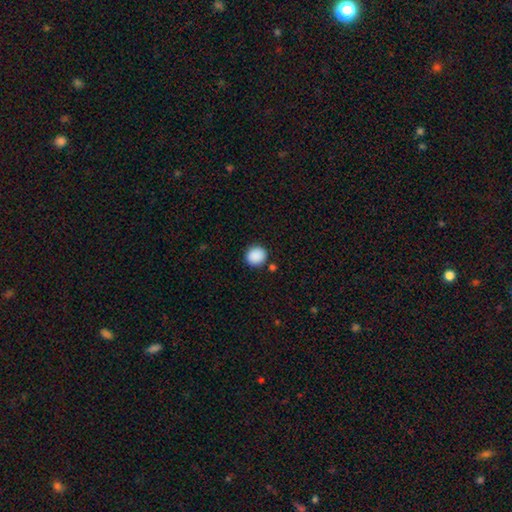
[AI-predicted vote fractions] Smooth or featured? smooth (89%)
How rounded? round (90%)
Merging? none (88%)